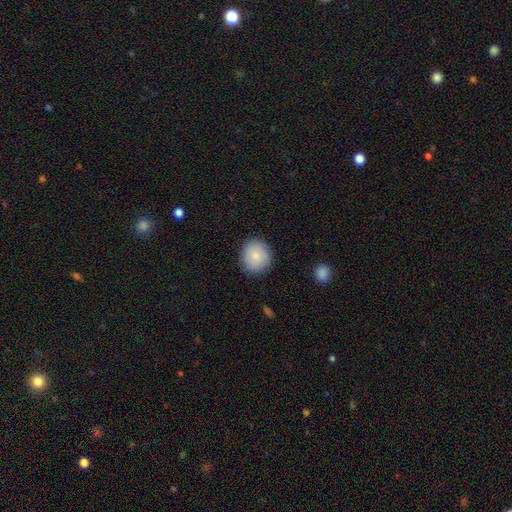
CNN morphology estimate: smooth_or_featured: smooth (p=0.85) [alt: featured or disk p=0.09]
how_rounded: round (p=0.84) [alt: in between p=0.15]
merging: none (p=0.88) [alt: minor disturbance p=0.08]